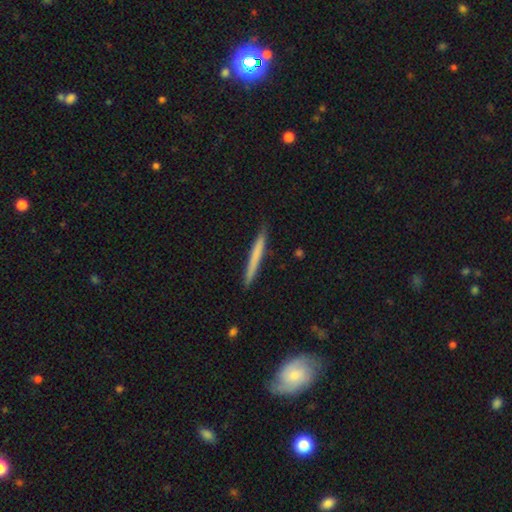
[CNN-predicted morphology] This is likely a smooth galaxy (66%). How rounded: clearly cigar-shaped (97%). Merging: clearly none (90%).